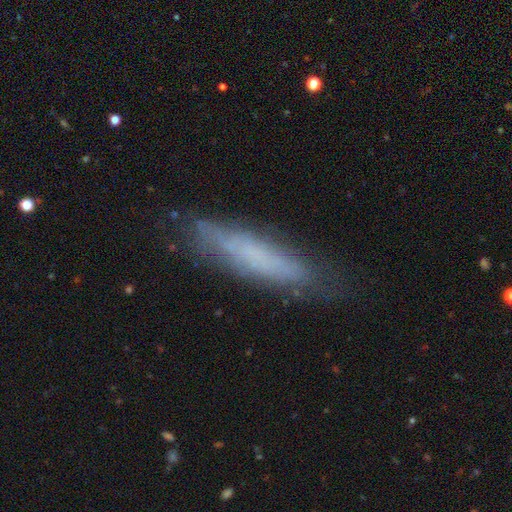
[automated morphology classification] smooth 55%, featured or disk 36%, star or artifact 9%. Down the decision tree: how rounded — cigar-shaped (79%); merging — none (74%).